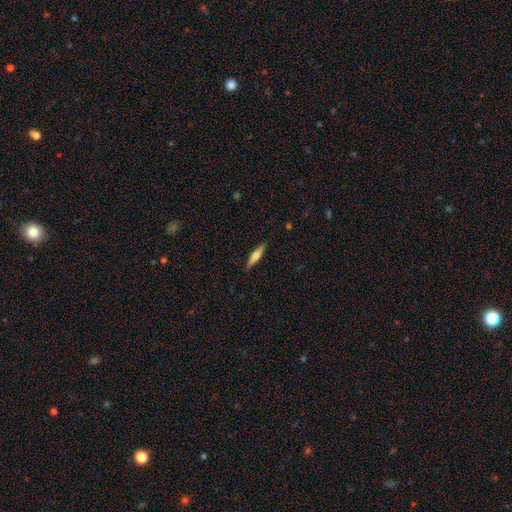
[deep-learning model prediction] Smooth or featured? Predicted: smooth (p=0.49). Merging? Predicted: none (p=0.88).